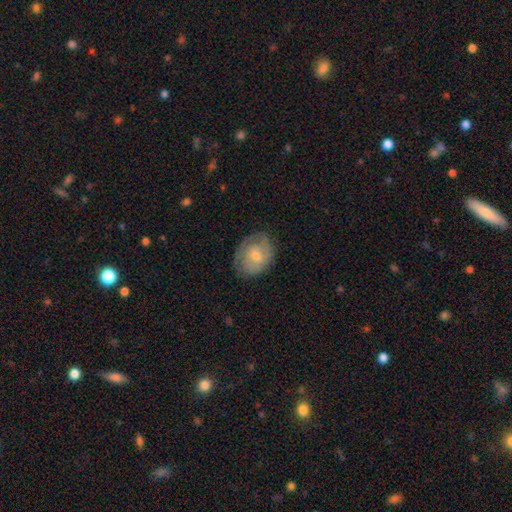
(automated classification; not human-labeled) A featured or disk galaxy (53%) with no bar (64%), spiral arms (75%) and a small central bulge (49%). Merging: none (71%).